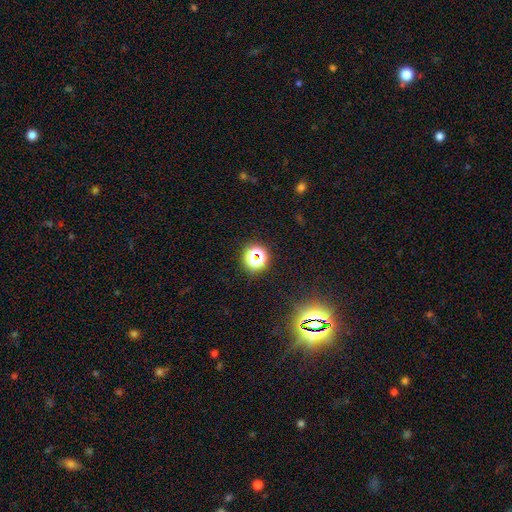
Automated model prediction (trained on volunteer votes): Overall: star or artifact (62%; smooth 28%).